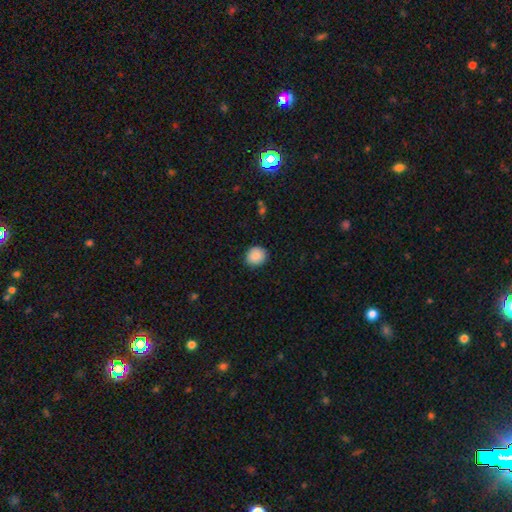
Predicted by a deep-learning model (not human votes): A smooth galaxy with no disk features (87%) that is round (78%). Merging: none (89%).